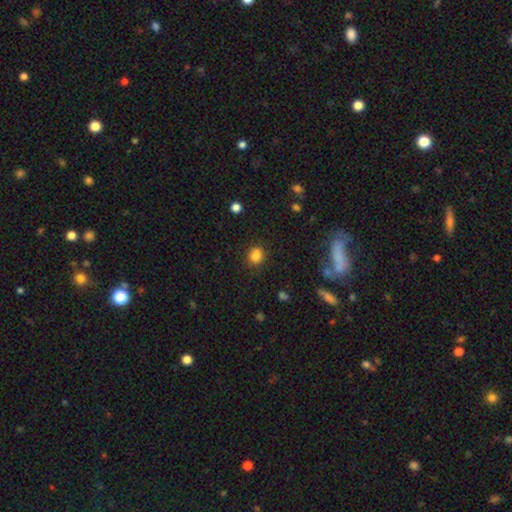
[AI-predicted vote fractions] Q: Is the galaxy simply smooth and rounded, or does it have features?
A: smooth — 81%.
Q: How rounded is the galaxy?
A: round — 72%.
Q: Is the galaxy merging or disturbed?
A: none — 78%.